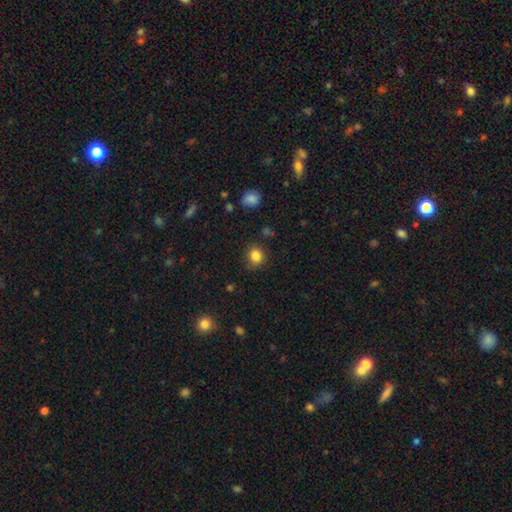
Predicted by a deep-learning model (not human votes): Smooth or featured? smooth (85%)
How rounded? round (84%)
Merging? none (85%)